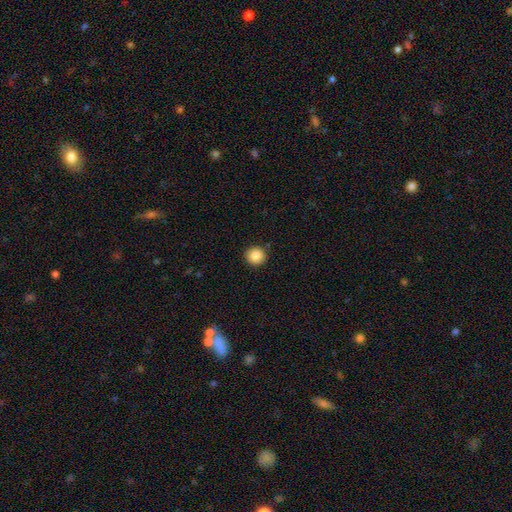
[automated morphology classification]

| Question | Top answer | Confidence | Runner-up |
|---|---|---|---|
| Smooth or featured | smooth | 87% | star or artifact (9%) |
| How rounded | round | 94% | in between (5%) |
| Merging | none | 91% | minor disturbance (6%) |